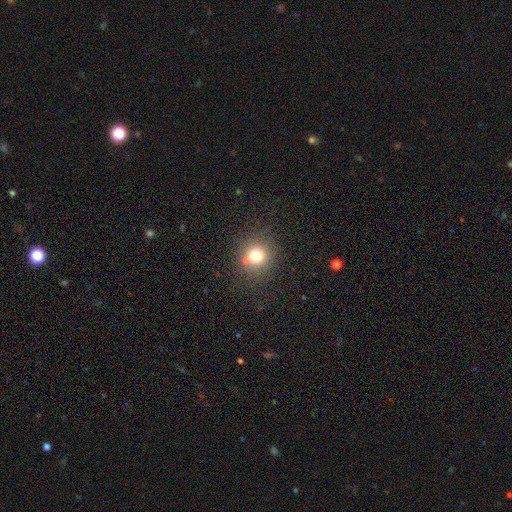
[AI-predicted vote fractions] This appears to be a smooth galaxy with no disk features (74%) that is round (91%). Merging: none (79%).